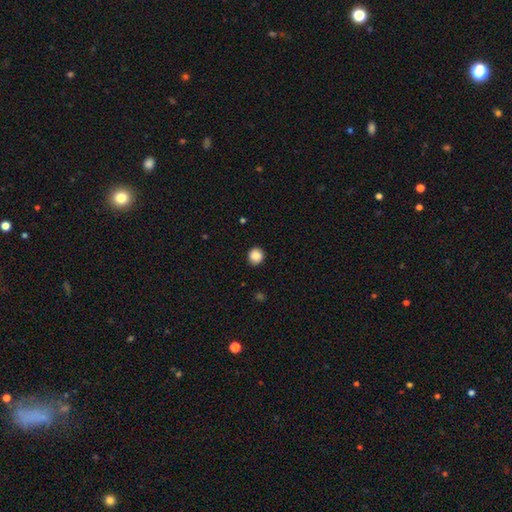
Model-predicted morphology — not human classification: Smooth or featured? Predicted: smooth (p=0.88). How rounded? Predicted: round (p=0.92). Merging? Predicted: none (p=0.90).